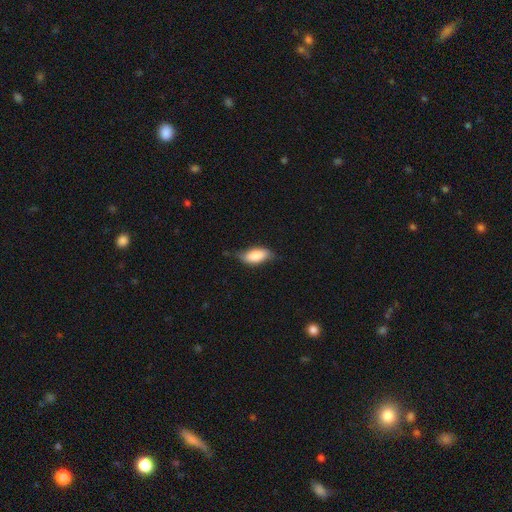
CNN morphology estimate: Smooth or featured: smooth — 78% (featured or disk — 16%)
How rounded: in between — 86% (cigar-shaped — 11%)
Merging: none — 58% (minor disturbance — 33%)